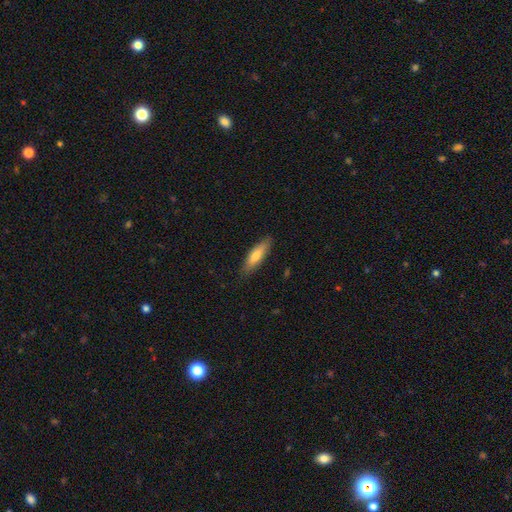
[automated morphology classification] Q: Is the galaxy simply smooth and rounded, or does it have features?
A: smooth — 69%.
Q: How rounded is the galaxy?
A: cigar-shaped — 62%.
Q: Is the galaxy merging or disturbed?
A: none — 84%.